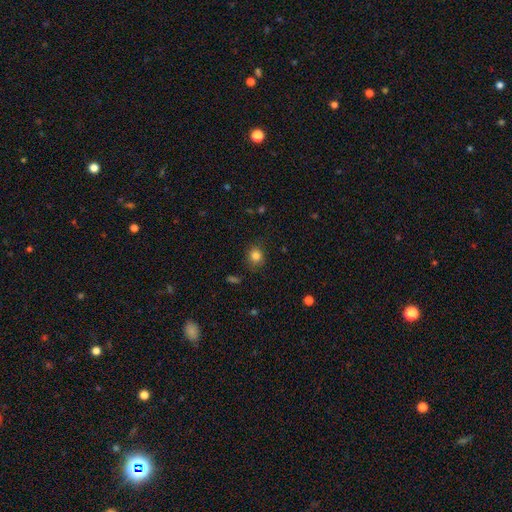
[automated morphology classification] Smooth or featured? Predicted: smooth (p=0.83). How rounded? Predicted: round (p=0.78). Merging? Predicted: none (p=0.82).